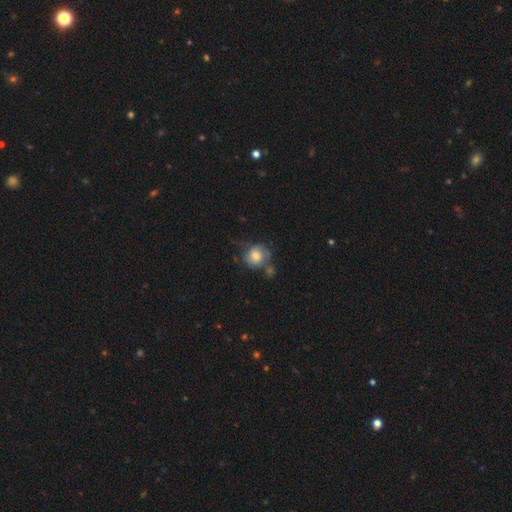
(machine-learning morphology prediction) Smooth or featured? Predicted: smooth (p=0.67). How rounded? Predicted: round (p=0.81). Merging? Predicted: none (p=0.44).